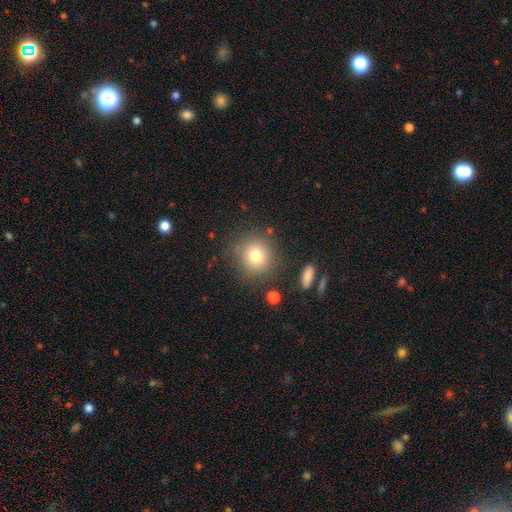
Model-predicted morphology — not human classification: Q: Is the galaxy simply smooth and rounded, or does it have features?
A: smooth — 77%.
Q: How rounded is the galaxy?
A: round — 89%.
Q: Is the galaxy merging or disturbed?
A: none — 82%.